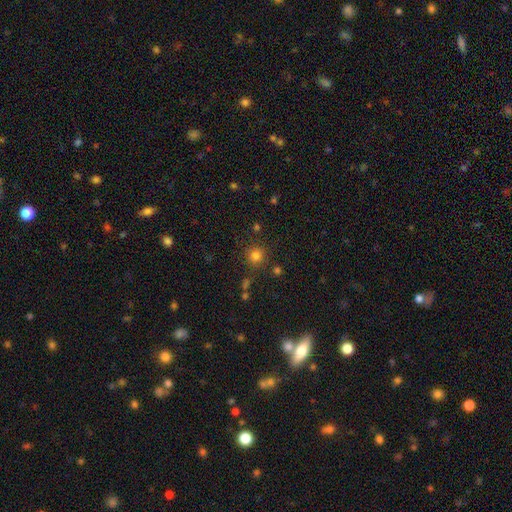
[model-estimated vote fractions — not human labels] Smooth or featured?
  - smooth: 80% *
  - star or artifact: 15%
  - featured or disk: 5%
How rounded?
  - round: 92% *
  - in between: 7%
  - cigar-shaped: 1%
Merging?
  - none: 84% *
  - minor disturbance: 8%
  - merger: 4%
  - major disturbance: 4%